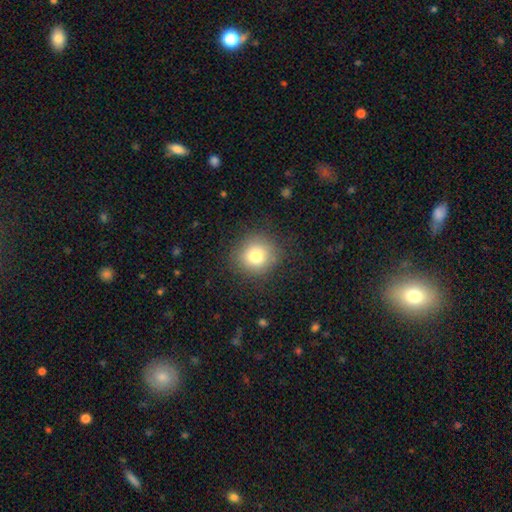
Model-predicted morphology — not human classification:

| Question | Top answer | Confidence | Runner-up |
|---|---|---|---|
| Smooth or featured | smooth | 78% | star or artifact (12%) |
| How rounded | round | 90% | in between (9%) |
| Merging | none | 86% | minor disturbance (9%) |